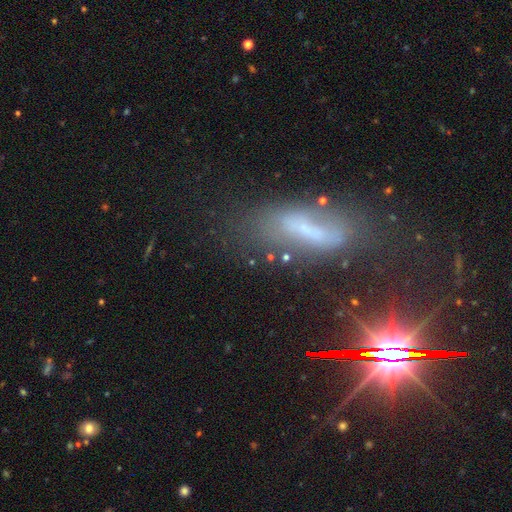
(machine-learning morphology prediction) The model was most divided on "smooth or featured": featured or disk: 41%, star or artifact: 31%, smooth: 28%. More confident: merging — none (56%).